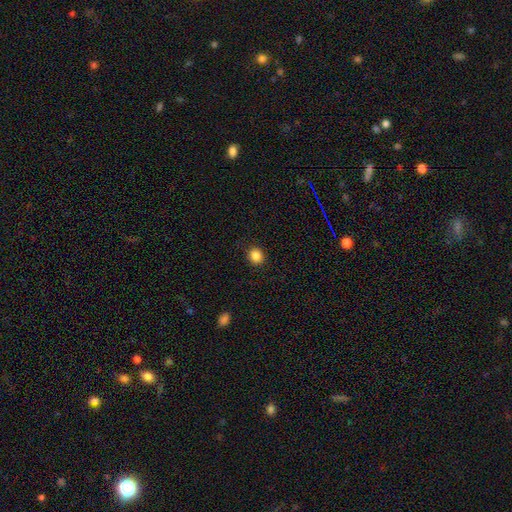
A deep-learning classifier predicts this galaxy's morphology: Q: Smooth or featured?
A: smooth (85%); runner-up: star or artifact (11%)
Q: How rounded?
A: round (84%); runner-up: in between (15%)
Q: Merging?
A: none (89%); runner-up: minor disturbance (7%)